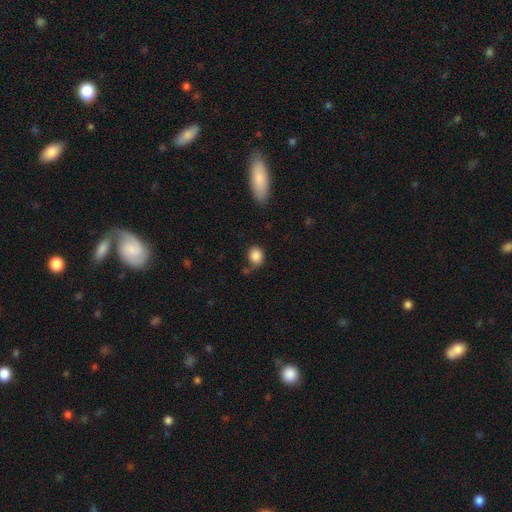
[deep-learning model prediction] Smooth or featured: smooth — 86% (star or artifact — 9%)
How rounded: round — 68% (in between — 31%)
Merging: none — 70% (minor disturbance — 18%)